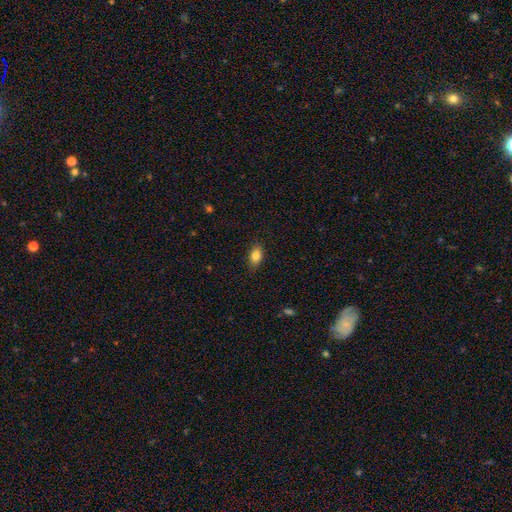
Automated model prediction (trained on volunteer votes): Smooth or featured? Predicted: smooth (p=0.84). How rounded? Predicted: in between (p=0.86). Merging? Predicted: none (p=0.84).